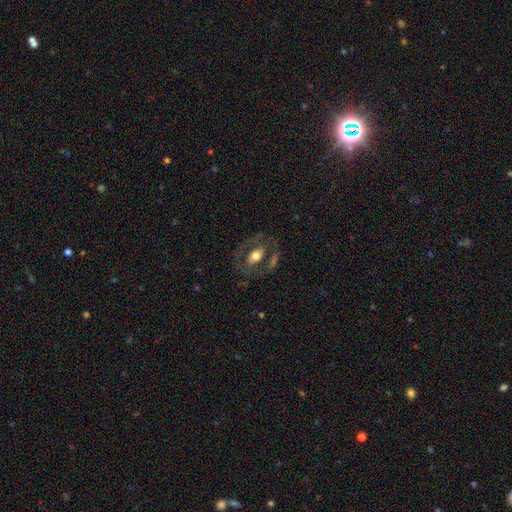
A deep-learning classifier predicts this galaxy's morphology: Q: Smooth or featured?
A: featured or disk (51%); runner-up: smooth (42%)
Q: Edge-on disk?
A: no (90%); runner-up: yes (10%)
Q: Merging?
A: none (67%); runner-up: minor disturbance (15%)